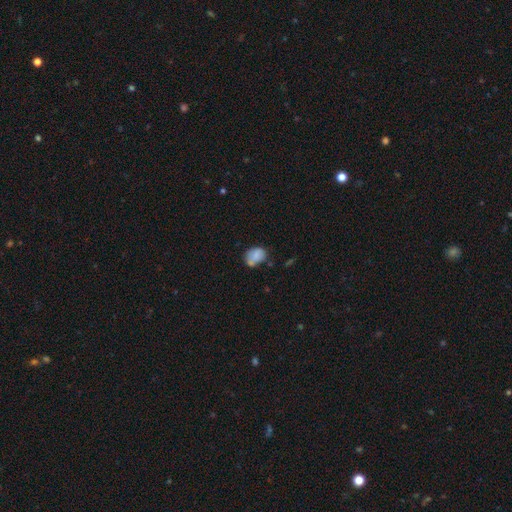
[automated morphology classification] smooth_or_featured: smooth (p=0.77) [alt: featured or disk p=0.14]
how_rounded: in between (p=0.70) [alt: round p=0.29]
merging: none (p=0.44) [alt: minor disturbance p=0.28]